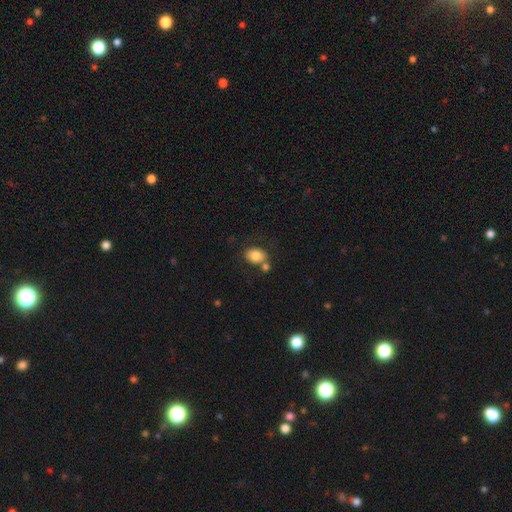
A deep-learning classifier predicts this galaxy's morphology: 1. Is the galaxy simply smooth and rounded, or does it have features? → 82% smooth, 9% featured or disk, 8% star or artifact.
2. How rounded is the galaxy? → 64% in between, 35% round, 1% cigar-shaped.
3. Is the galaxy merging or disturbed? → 59% none, 21% merger, 14% minor disturbance, 5% major disturbance.